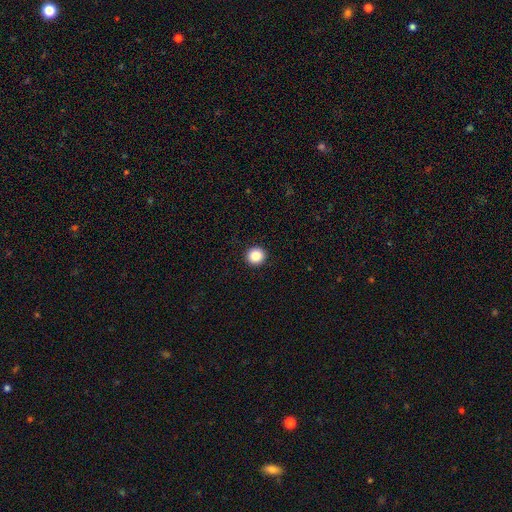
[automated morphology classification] Q: Smooth or featured?
A: smooth (87%); runner-up: star or artifact (9%)
Q: How rounded?
A: round (92%); runner-up: in between (7%)
Q: Merging?
A: none (93%); runner-up: minor disturbance (4%)